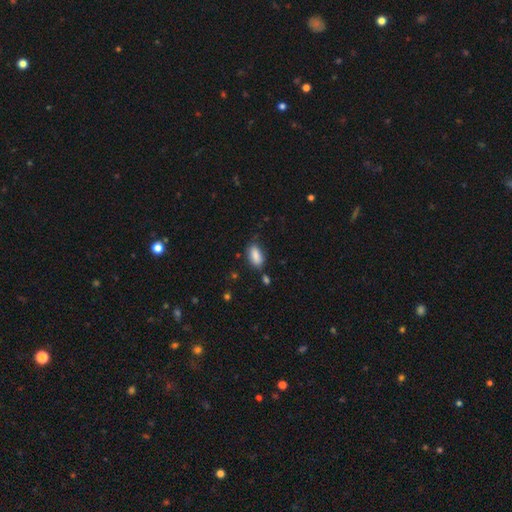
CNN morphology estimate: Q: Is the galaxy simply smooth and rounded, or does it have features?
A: smooth — 86%.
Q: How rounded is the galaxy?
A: in between — 89%.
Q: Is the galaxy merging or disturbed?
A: none — 71%.